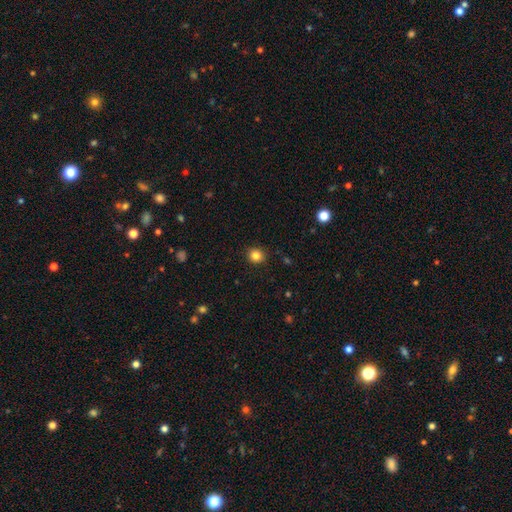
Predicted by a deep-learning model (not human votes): Overall: smooth (83%). How rounded: round (87%). Merging: none (91%).